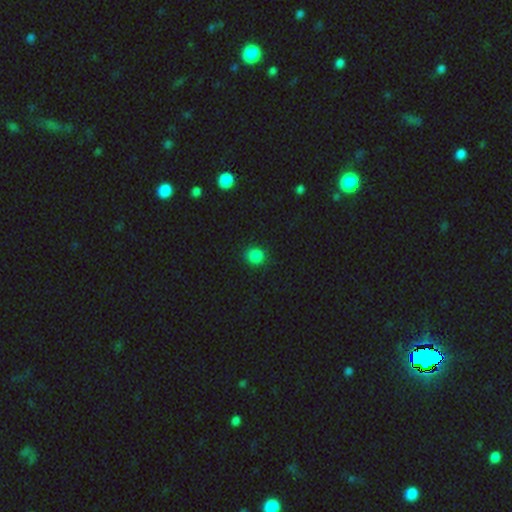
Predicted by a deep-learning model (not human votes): The model was most divided on "how rounded": round: 82%, in between: 17%, cigar-shaped: 1%. More confident: merging — none (88%); smooth or featured — smooth (85%).